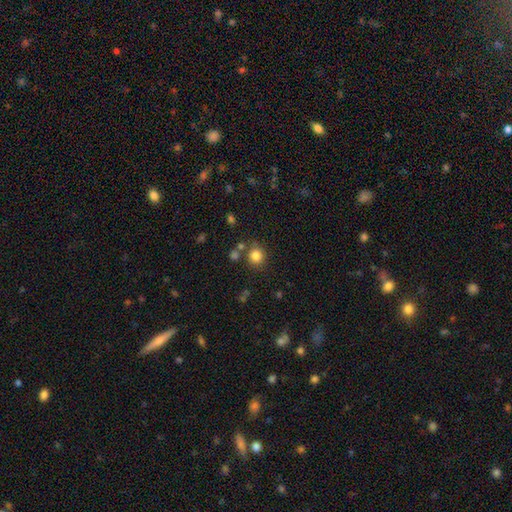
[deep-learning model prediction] This appears to be a smooth galaxy with no disk features (82%) that is round (87%). Merging: none (77%).